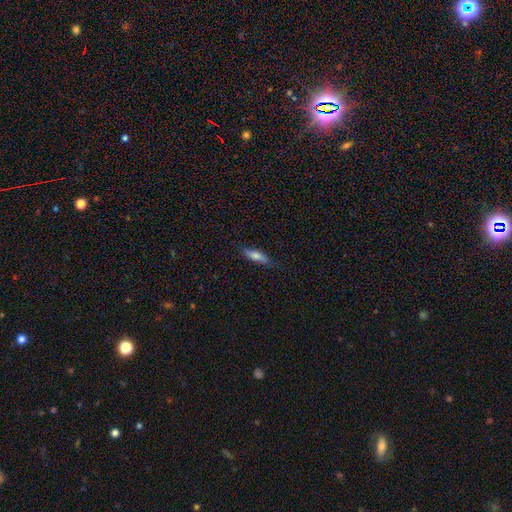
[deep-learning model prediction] Q: Smooth or featured?
A: smooth (68%); runner-up: featured or disk (26%)
Q: How rounded?
A: cigar-shaped (61%); runner-up: in between (37%)
Q: Merging?
A: none (80%); runner-up: minor disturbance (16%)